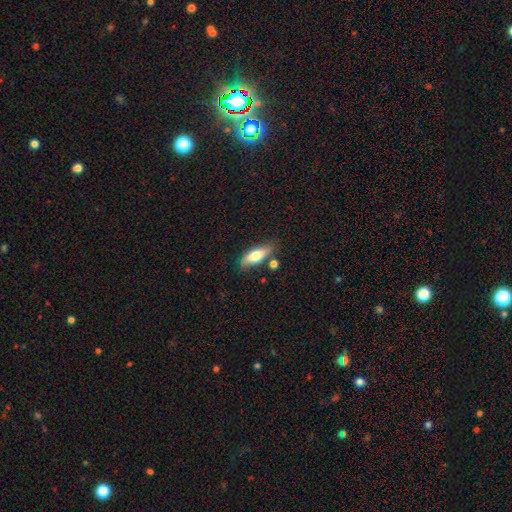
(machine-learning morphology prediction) smooth 68%, featured or disk 25%, star or artifact 7%. Down the decision tree: how rounded — in between (66%); merging — none (69%).